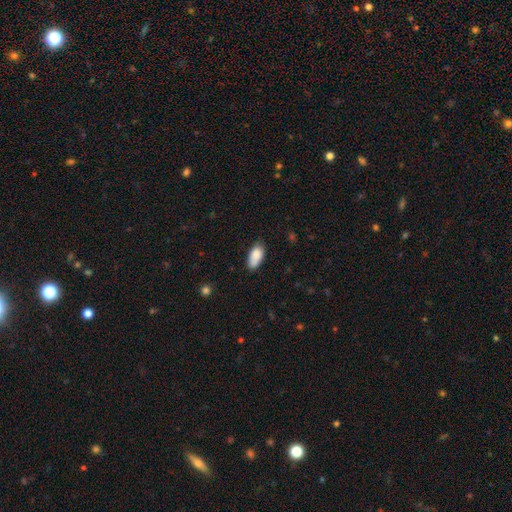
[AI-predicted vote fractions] smooth-or-featured: smooth: 85% | featured or disk: 8% | star or artifact: 7%
  how-rounded: in between: 91% | cigar-shaped: 7% | round: 3%
  merging: none: 73% | minor disturbance: 21% | major disturbance: 4% | merger: 3%